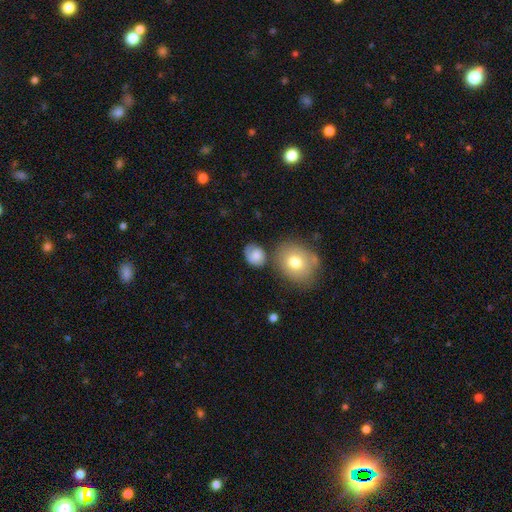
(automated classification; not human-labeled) The model was most divided on "how rounded": round: 51%, in between: 47%, cigar-shaped: 1%. More confident: smooth or featured — smooth (74%); merging — none (62%).